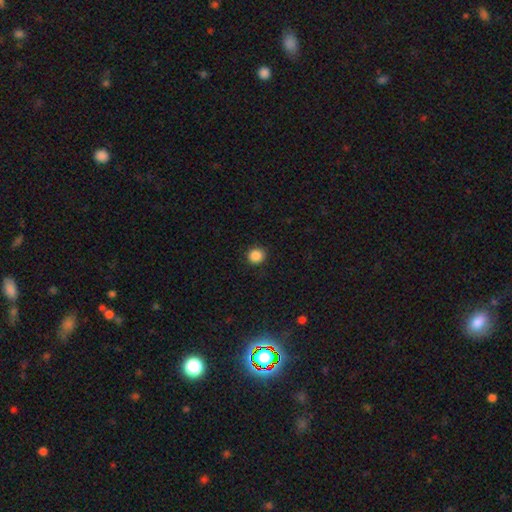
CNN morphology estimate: smooth-or-featured: smooth: 87% | star or artifact: 10% | featured or disk: 3%
  how-rounded: round: 91% | in between: 8% | cigar-shaped: 1%
  merging: none: 91% | minor disturbance: 6% | major disturbance: 2% | merger: 1%